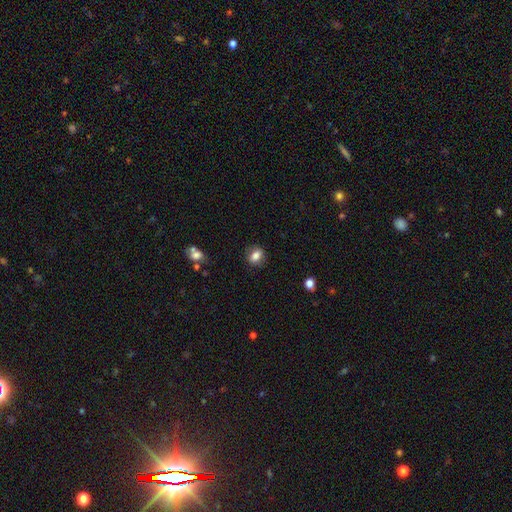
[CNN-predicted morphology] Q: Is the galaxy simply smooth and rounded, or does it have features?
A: smooth — 81%.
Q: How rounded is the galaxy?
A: in between — 59%.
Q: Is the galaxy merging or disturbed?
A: none — 84%.